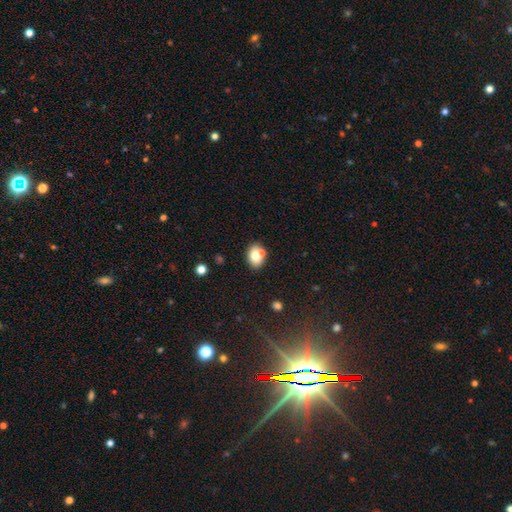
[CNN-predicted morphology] The model was most divided on "how rounded": in between: 65%, round: 34%, cigar-shaped: 1%. More confident: smooth or featured — smooth (76%); merging — none (65%).